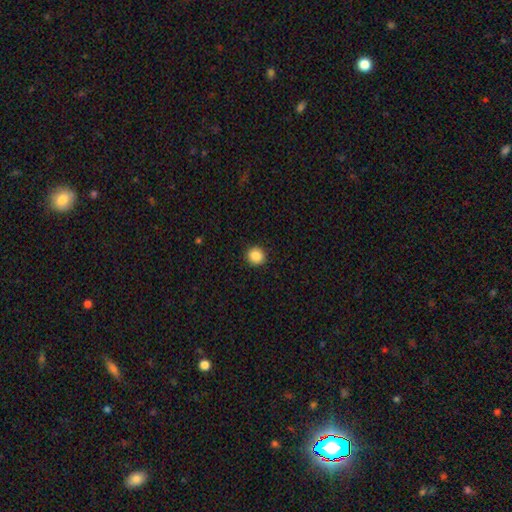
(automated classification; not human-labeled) Smooth or featured? Predicted: smooth (p=0.87). How rounded? Predicted: round (p=0.92). Merging? Predicted: none (p=0.92).